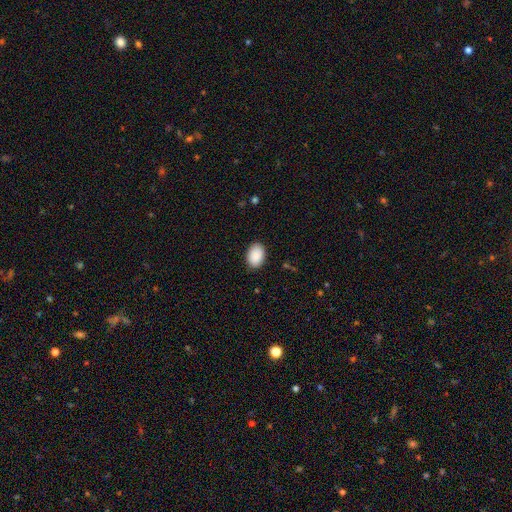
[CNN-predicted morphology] Smooth or featured: smooth — 91% (star or artifact — 7%)
How rounded: in between — 88% (round — 11%)
Merging: none — 88% (minor disturbance — 9%)